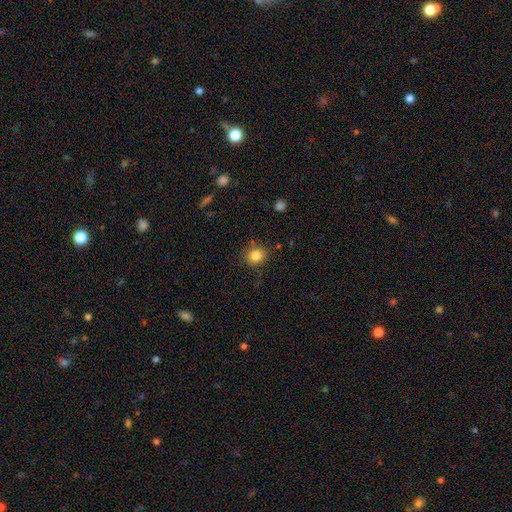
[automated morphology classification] Q: Smooth or featured?
A: smooth (83%); runner-up: star or artifact (11%)
Q: How rounded?
A: round (84%); runner-up: in between (15%)
Q: Merging?
A: none (83%); runner-up: minor disturbance (12%)